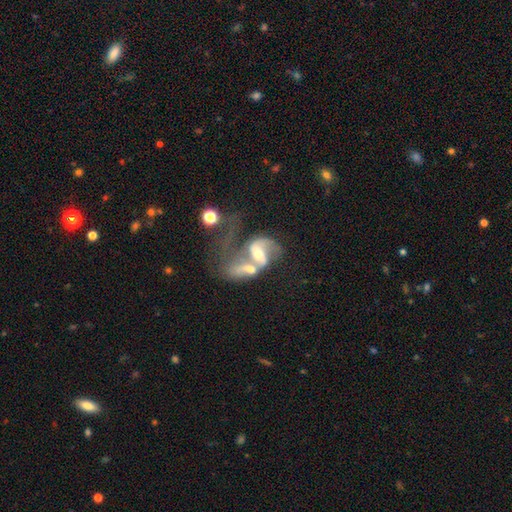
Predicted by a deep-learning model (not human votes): smooth_or_featured: featured or disk (p=0.78) [alt: smooth p=0.15]
disk_edge_on: no (p=0.95) [alt: yes p=0.05]
bar: no (p=0.41) [alt: weak p=0.37]
has_spiral_arms: yes (p=0.83) [alt: no p=0.17]
spiral_winding: loose (p=0.52) [alt: medium p=0.35]
spiral_arm_count: 2 (p=0.65) [alt: 1 p=0.22]
bulge_size: moderate (p=0.55) [alt: small p=0.30]
merging: merger (p=0.67) [alt: major disturbance p=0.14]